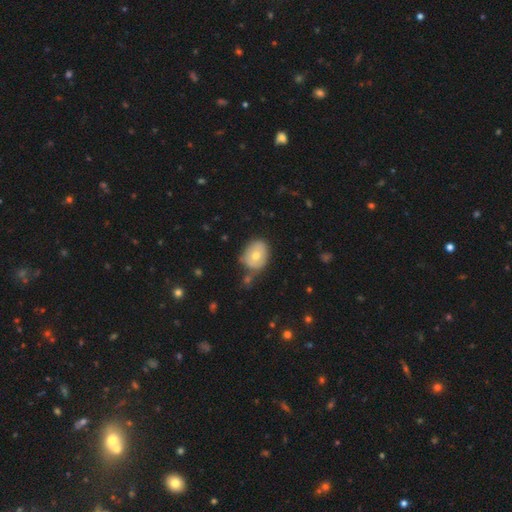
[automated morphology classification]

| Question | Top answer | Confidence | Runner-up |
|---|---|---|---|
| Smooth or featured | smooth | 60% | featured or disk (32%) |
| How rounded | round | 51% | in between (48%) |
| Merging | none | 65% | minor disturbance (22%) |